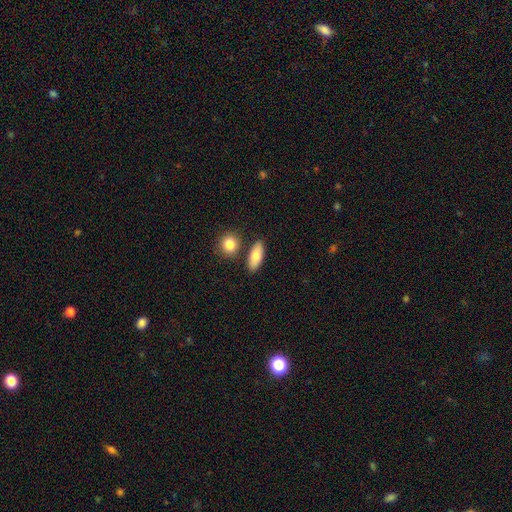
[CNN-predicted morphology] This appears to be a smooth galaxy with no disk features (79%) that is in between round and cigar-shaped (79%). Merging: none (78%).